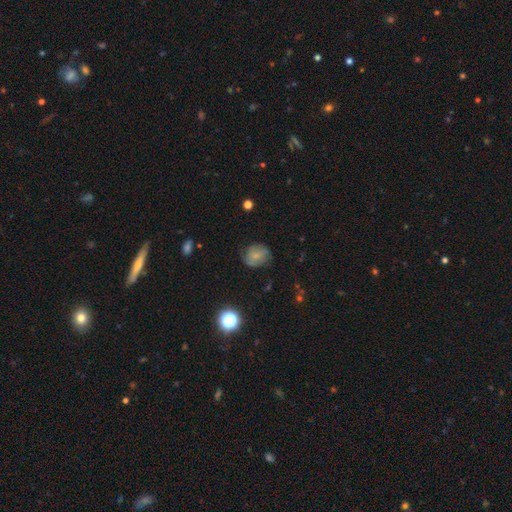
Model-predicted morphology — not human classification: Smooth or featured: smooth — 68% (featured or disk — 21%)
How rounded: round — 69% (in between — 30%)
Merging: none — 71% (minor disturbance — 21%)